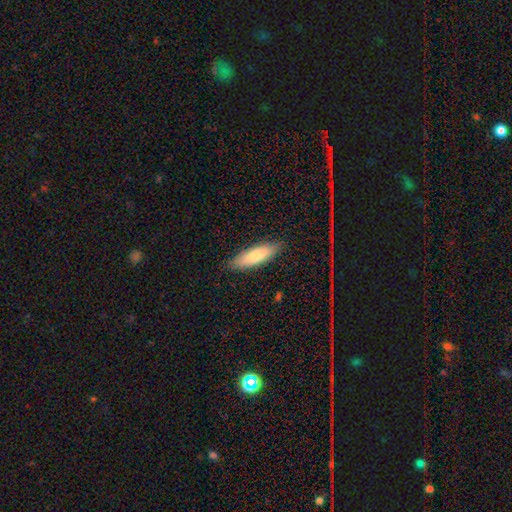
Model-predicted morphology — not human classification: Smooth or featured: smooth — 79% (featured or disk — 16%)
How rounded: cigar-shaped — 53% (in between — 45%)
Merging: none — 86% (minor disturbance — 11%)